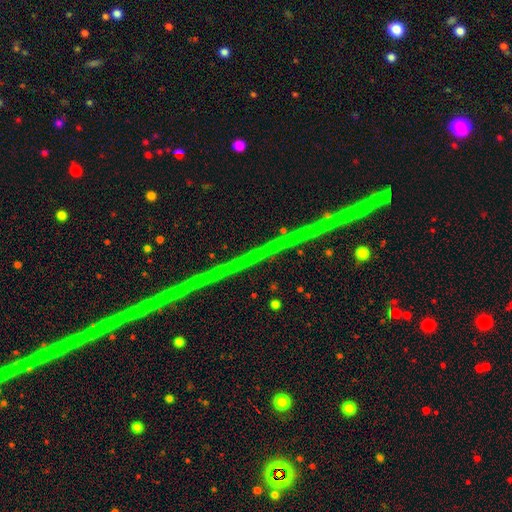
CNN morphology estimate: This appears to be a star or artifact, not a galaxy (76%).